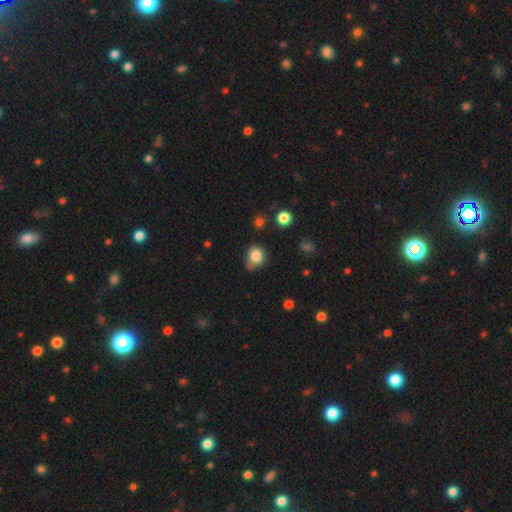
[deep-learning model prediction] The model was most divided on "merging": none: 57%, minor disturbance: 29%, merger: 7%, major disturbance: 7%. More confident: smooth or featured — smooth (82%); how rounded — round (72%).